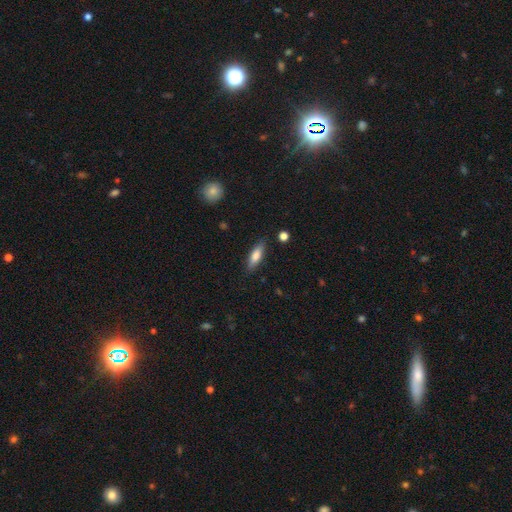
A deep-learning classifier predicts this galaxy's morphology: This is likely a smooth galaxy (75%). How rounded: possibly in between (51%). Merging: clearly none (84%).